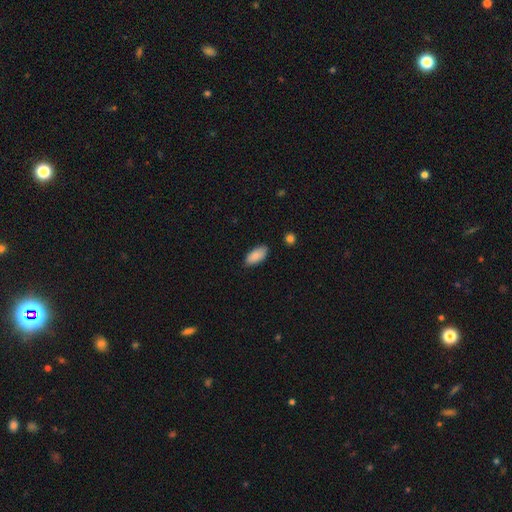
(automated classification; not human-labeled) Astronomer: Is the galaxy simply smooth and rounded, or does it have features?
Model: smooth — 87%.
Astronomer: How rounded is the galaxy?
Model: in between — 92%.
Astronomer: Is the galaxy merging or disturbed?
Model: none — 81%.